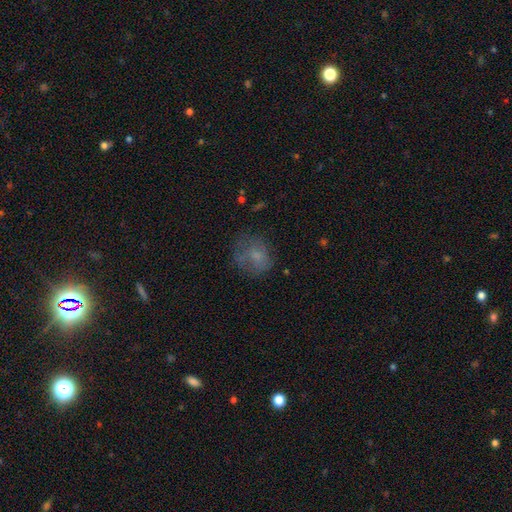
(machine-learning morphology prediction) type=smooth (65%); roundness=round (65%); merging=none (57%).